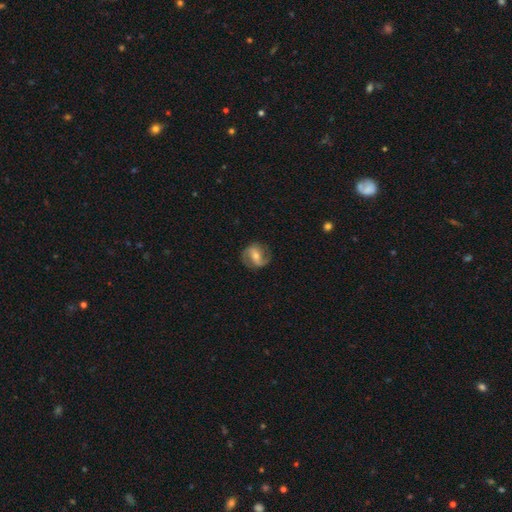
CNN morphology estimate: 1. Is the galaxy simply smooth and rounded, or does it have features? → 78% featured or disk, 16% smooth, 6% star or artifact.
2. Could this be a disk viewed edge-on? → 96% no, 4% yes.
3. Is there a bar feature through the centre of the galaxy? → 41% strong, 37% weak, 23% no.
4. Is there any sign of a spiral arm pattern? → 92% yes, 8% no.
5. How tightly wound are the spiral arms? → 45% medium, 34% loose, 21% tight.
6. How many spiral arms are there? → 89% 2, 5% can't tell, 3% 1, 2% 3, 1% 4, 1% more than 4.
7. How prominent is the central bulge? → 55% moderate, 40% small, 3% large, 2% none, 1% dominant.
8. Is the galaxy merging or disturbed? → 80% none, 13% minor disturbance, 5% major disturbance, 1% merger.